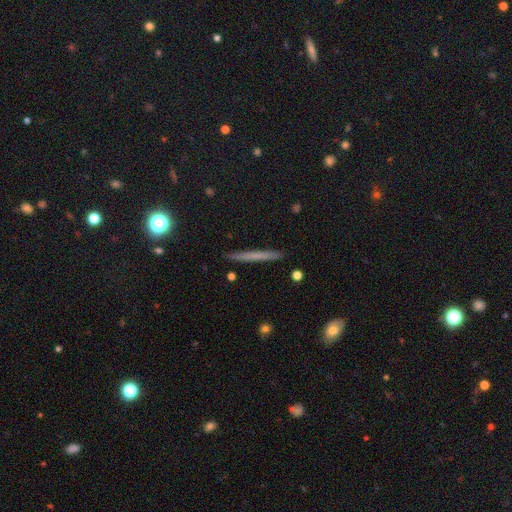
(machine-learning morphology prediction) Smooth or featured? Predicted: smooth (p=0.54). How rounded? Predicted: cigar-shaped (p=0.96). Merging? Predicted: none (p=0.91).